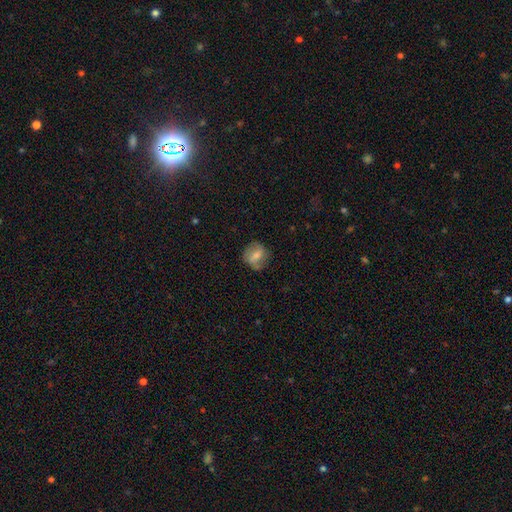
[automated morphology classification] Smooth or featured?
  - smooth: 53% *
  - featured or disk: 38%
  - star or artifact: 8%
How rounded?
  - round: 76% *
  - in between: 22%
  - cigar-shaped: 2%
Merging?
  - none: 75% *
  - minor disturbance: 18%
  - major disturbance: 6%
  - merger: 2%